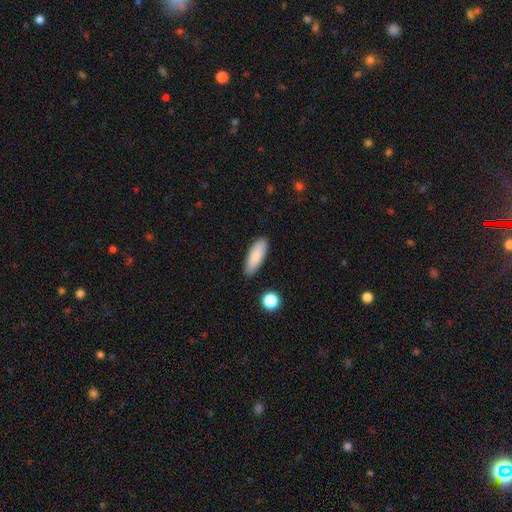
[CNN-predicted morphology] smooth-or-featured: smooth: 82% | featured or disk: 11% | star or artifact: 6%
  how-rounded: in between: 63% | cigar-shaped: 35% | round: 2%
  merging: none: 86% | minor disturbance: 10% | major disturbance: 2% | merger: 2%